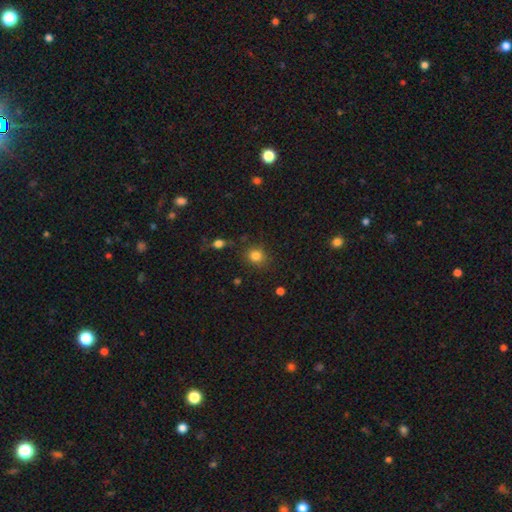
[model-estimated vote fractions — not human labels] Morphology: type=smooth (82%); roundness=round (82%); merging=none (82%).